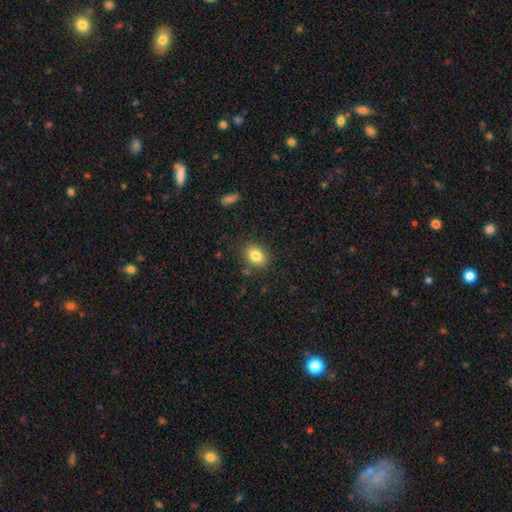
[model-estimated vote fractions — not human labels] smooth_or_featured: smooth (p=0.83) [alt: star or artifact p=0.09]
how_rounded: in between (p=0.66) [alt: round p=0.33]
merging: none (p=0.83) [alt: minor disturbance p=0.11]